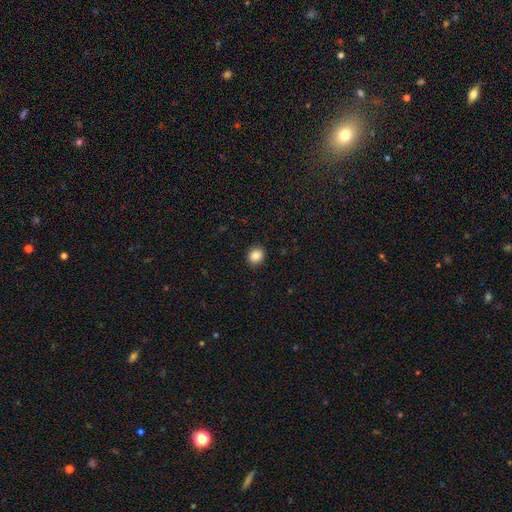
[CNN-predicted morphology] This is clearly a smooth galaxy (86%). How rounded: likely round (69%). Merging: clearly none (91%).